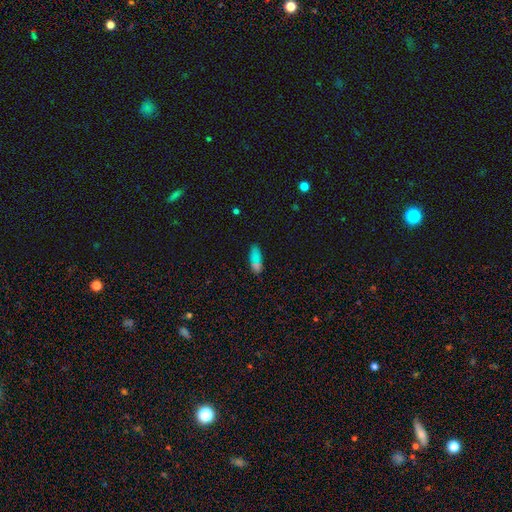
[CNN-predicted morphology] Overall: smooth (68%). How rounded: in between (61%; cigar-shaped 32%). Merging: none (59%).